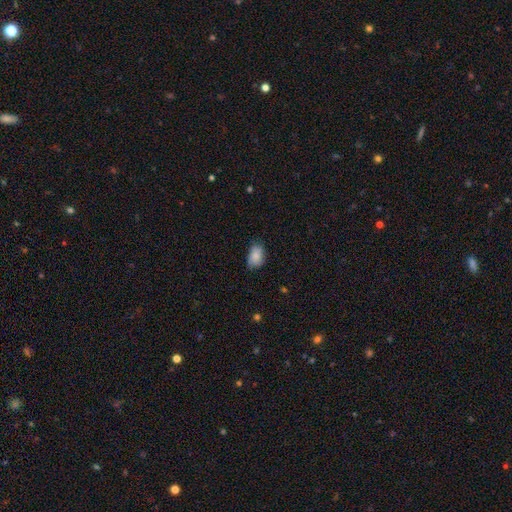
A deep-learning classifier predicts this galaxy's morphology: Q: Smooth or featured?
A: smooth (82%); runner-up: featured or disk (11%)
Q: How rounded?
A: in between (88%); runner-up: round (11%)
Q: Merging?
A: none (67%); runner-up: minor disturbance (27%)